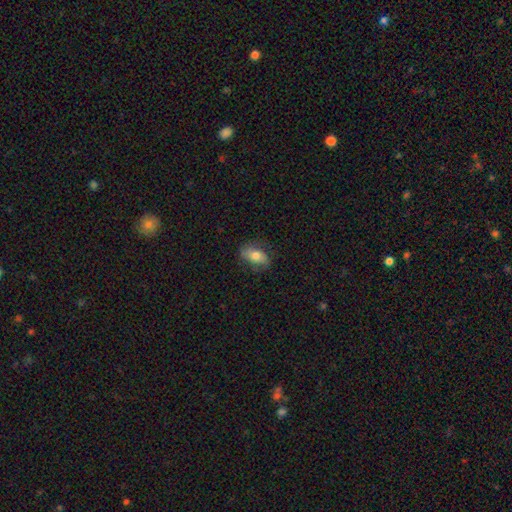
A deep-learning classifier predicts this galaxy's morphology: Overall: smooth (68%). How rounded: in between (87%). Merging: none (73%).